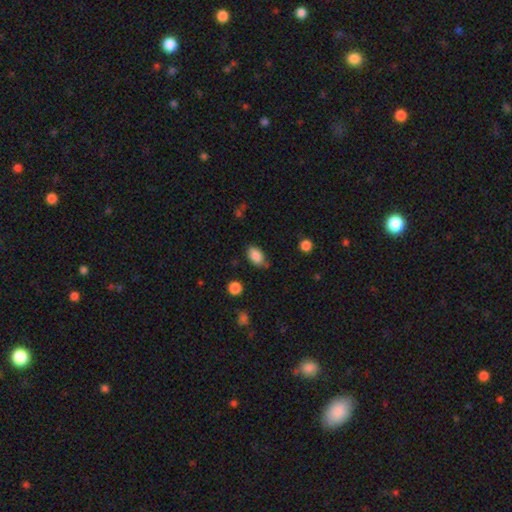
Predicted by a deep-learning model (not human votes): smooth_or_featured: smooth (p=0.86) [alt: star or artifact p=0.08]
how_rounded: in between (p=0.91) [alt: round p=0.07]
merging: none (p=0.70) [alt: minor disturbance p=0.22]